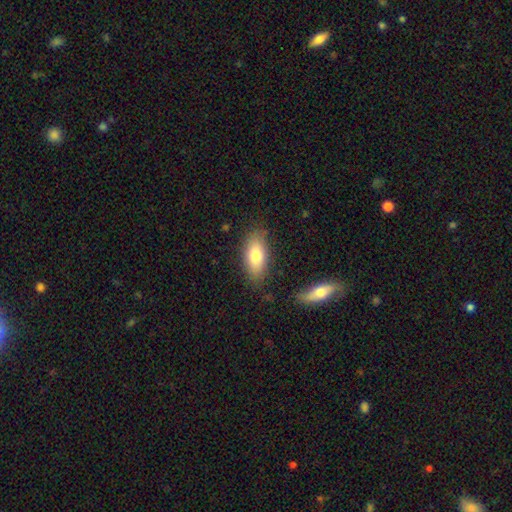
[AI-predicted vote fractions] A smooth galaxy with no disk features (79%) that is in between round and cigar-shaped (84%).

Vote fractions:
- Smooth or featured? smooth: 79% / featured or disk: 15% / star or artifact: 7%
- How rounded? in between: 84% / cigar-shaped: 13% / round: 3%
- Merging? none: 81% / minor disturbance: 13% / major disturbance: 3% / merger: 3%